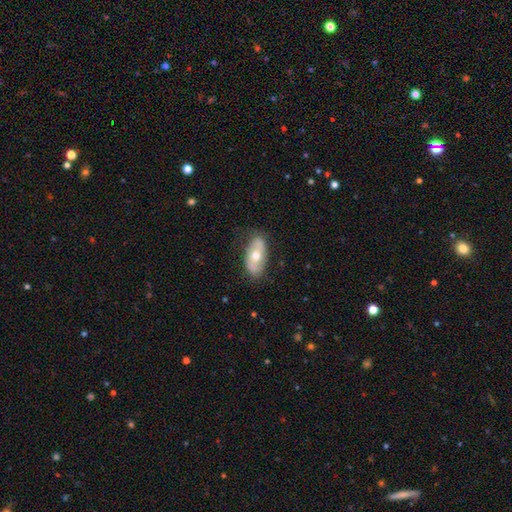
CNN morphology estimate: smooth 49%, featured or disk 45%, star or artifact 6%. Down the decision tree: merging — none (79%).